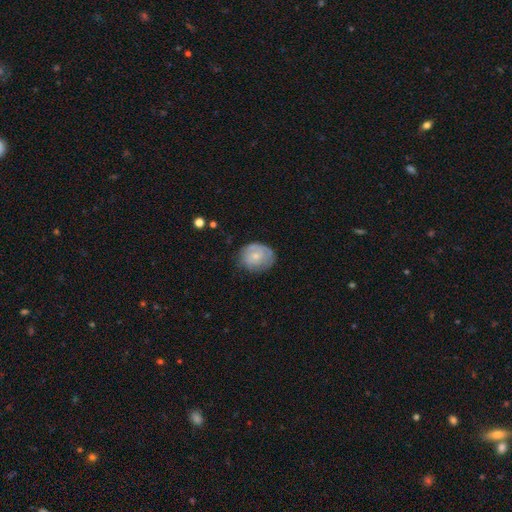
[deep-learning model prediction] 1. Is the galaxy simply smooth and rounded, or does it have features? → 53% smooth, 40% featured or disk, 7% star or artifact.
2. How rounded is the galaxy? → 58% round, 41% in between, 1% cigar-shaped.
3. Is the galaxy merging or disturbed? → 63% none, 27% minor disturbance, 9% major disturbance, 1% merger.